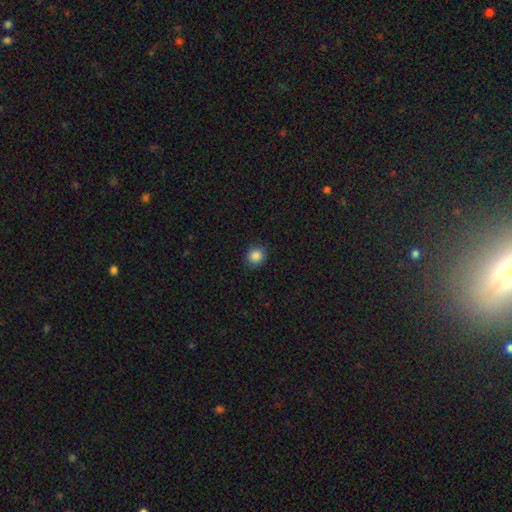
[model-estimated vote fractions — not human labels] Morphology: type=smooth (87%); roundness=round (87%); merging=none (87%).